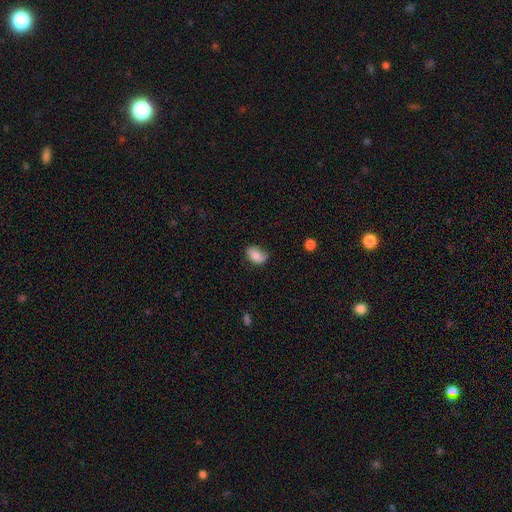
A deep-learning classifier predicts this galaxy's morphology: type=smooth (80%); roundness=in between (86%); merging=none (65%).